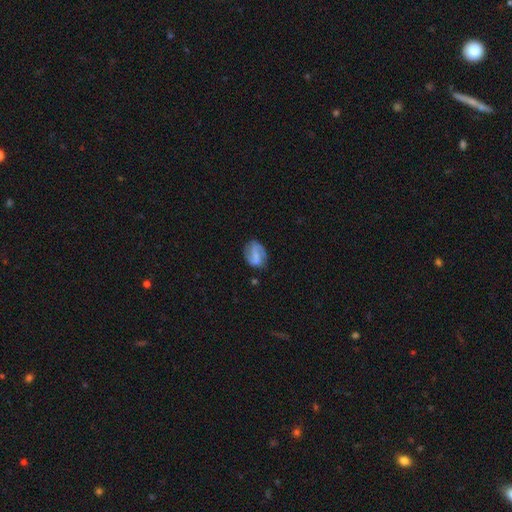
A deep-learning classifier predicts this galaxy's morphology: Q: Smooth or featured?
A: featured or disk (60%); runner-up: smooth (32%)
Q: Edge-on disk?
A: no (97%); runner-up: yes (3%)
Q: Bar?
A: weak (41%); runner-up: strong (36%)
Q: Spiral arms?
A: yes (84%); runner-up: no (16%)
Q: Bulge size?
A: none (49%); runner-up: small (32%)
Q: Merging?
A: none (70%); runner-up: minor disturbance (20%)